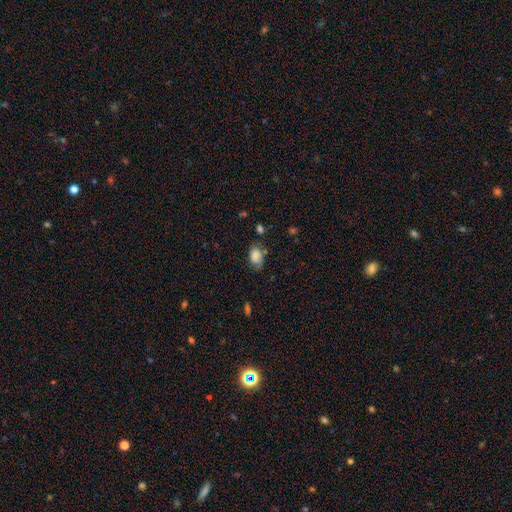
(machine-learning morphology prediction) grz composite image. It shows a smooth galaxy with no disk features (80%) that is in between round and cigar-shaped (87%). Merging: none (57%).